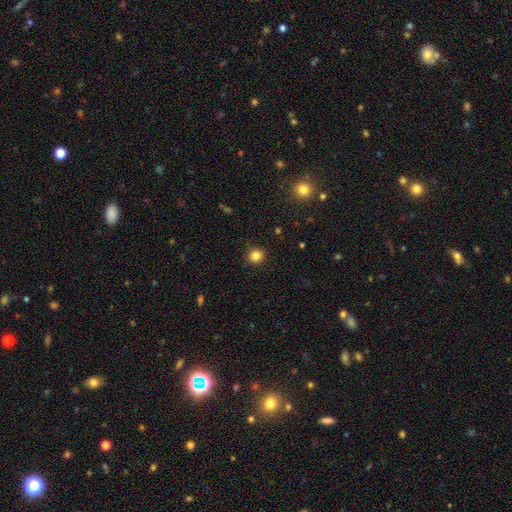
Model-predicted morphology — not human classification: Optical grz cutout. It shows a smooth galaxy with no disk features (83%) that is round (91%). Merging: none (91%).